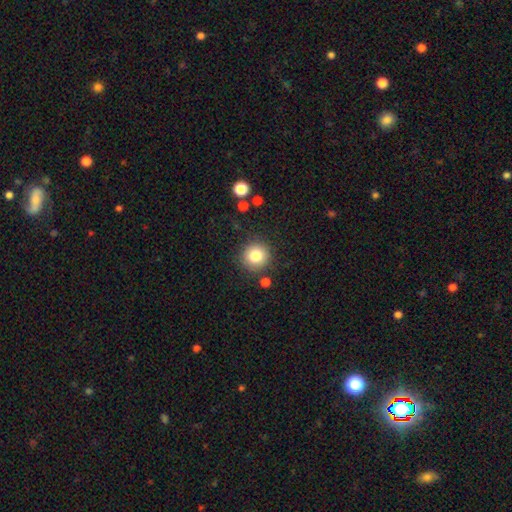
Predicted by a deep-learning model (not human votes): Smooth or featured: smooth — 81% (star or artifact — 11%)
How rounded: round — 94% (in between — 5%)
Merging: none — 86% (minor disturbance — 8%)